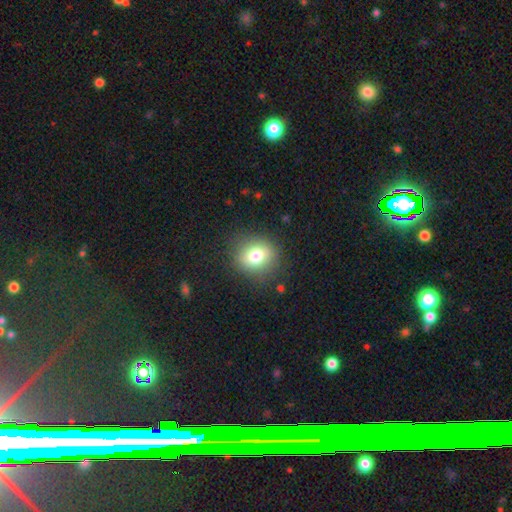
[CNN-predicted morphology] The model was most divided on "how rounded": round: 75%, in between: 24%, cigar-shaped: 1%. More confident: merging — none (86%); smooth or featured — smooth (76%).